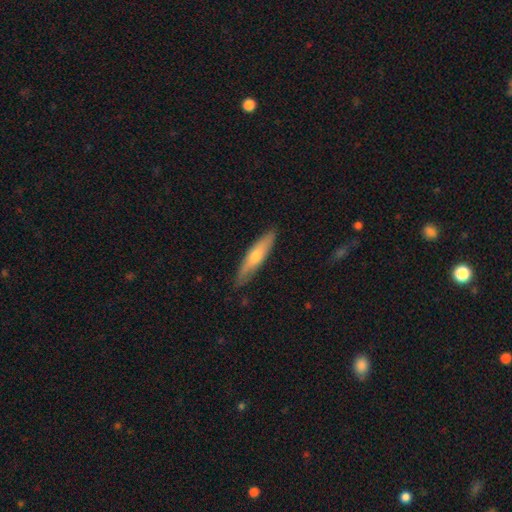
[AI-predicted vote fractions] This is possibly a smooth galaxy (58%). How rounded: clearly cigar-shaped (81%). Merging: clearly none (86%).